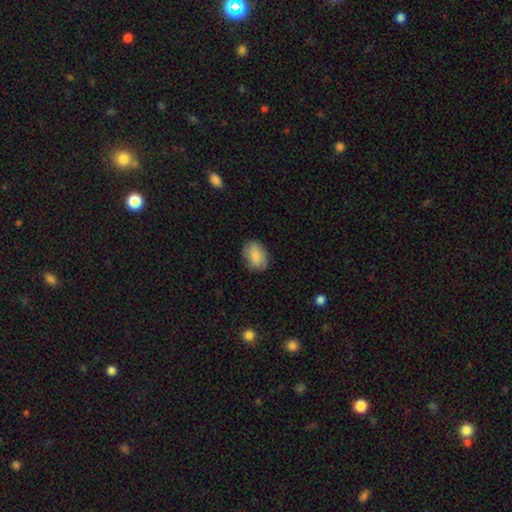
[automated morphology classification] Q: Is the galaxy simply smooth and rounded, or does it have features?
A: smooth — 83%.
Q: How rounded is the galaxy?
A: in between — 79%.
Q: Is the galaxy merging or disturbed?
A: none — 81%.